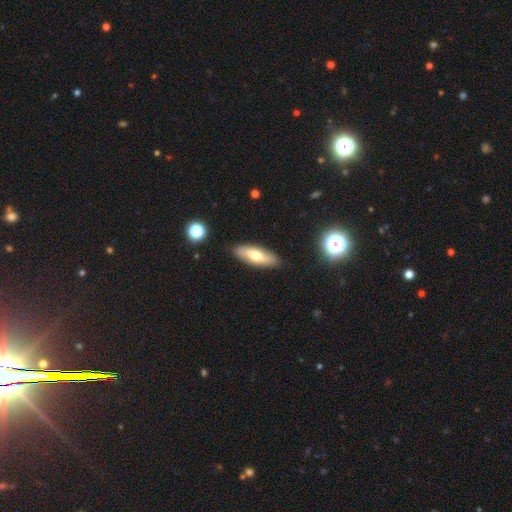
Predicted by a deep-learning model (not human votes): This is likely a smooth galaxy (64%). How rounded: possibly in between (59%). Merging: clearly none (87%).